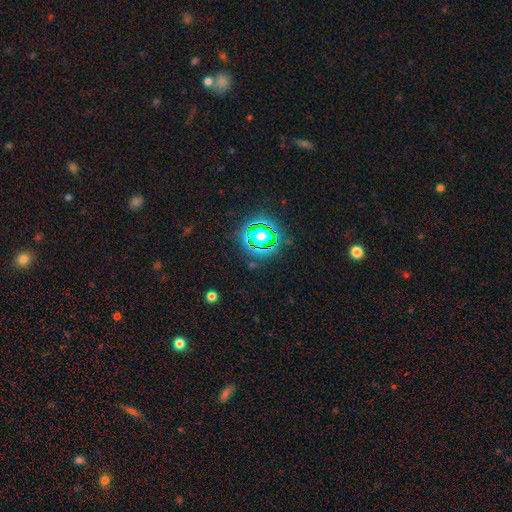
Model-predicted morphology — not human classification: smooth-or-featured: star or artifact: 79% | smooth: 14% | featured or disk: 7%